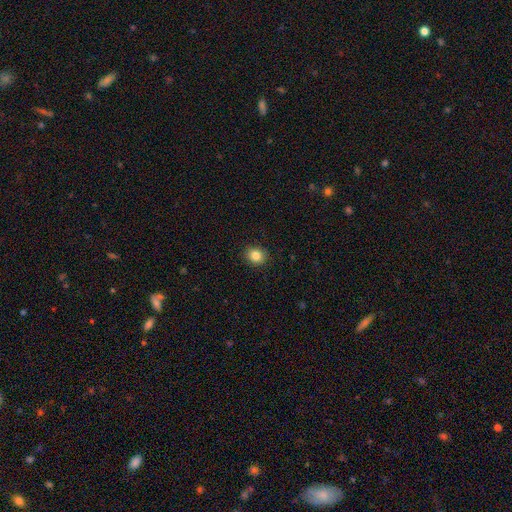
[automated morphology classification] A smooth galaxy with no disk features (84%) that is round (74%).

Vote fractions:
- Smooth or featured? smooth: 84% / star or artifact: 10% / featured or disk: 5%
- How rounded? round: 74% / in between: 26% / cigar-shaped: 1%
- Merging? none: 91% / minor disturbance: 7% / major disturbance: 2% / merger: 1%